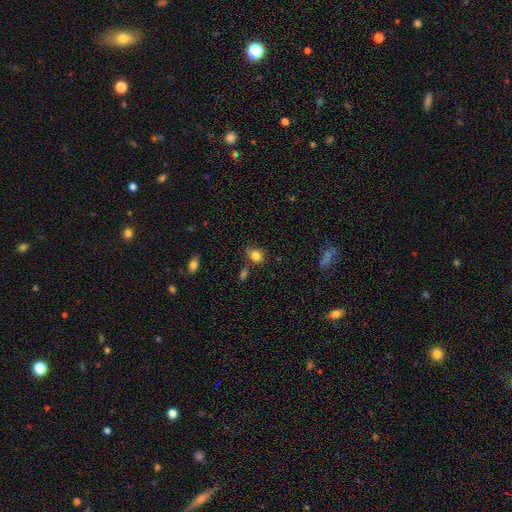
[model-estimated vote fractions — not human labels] Smooth or featured? smooth (82%)
How rounded? round (71%)
Merging? none (65%)